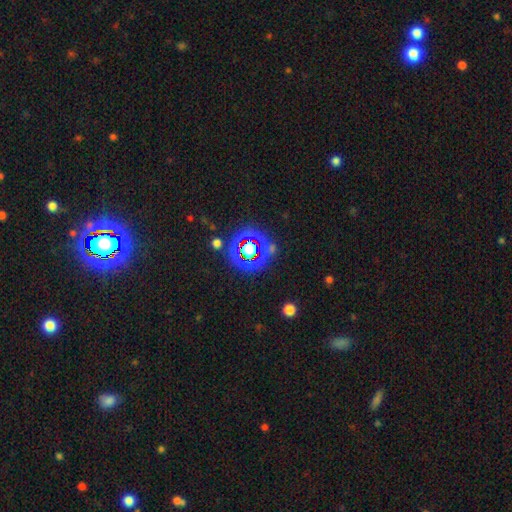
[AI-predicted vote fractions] This is likely a star or artifact rather than a galaxy (74%).